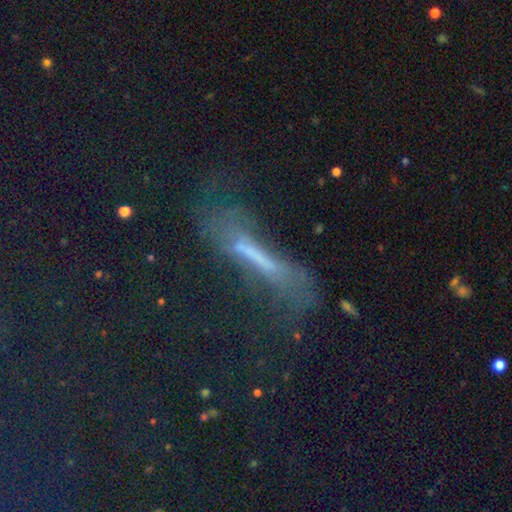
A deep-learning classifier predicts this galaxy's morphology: A featured or disk galaxy (44%). Merging: none (39%).